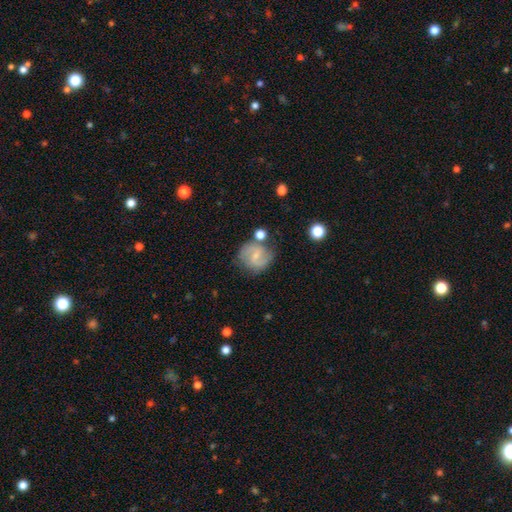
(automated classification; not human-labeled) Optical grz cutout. It shows a featured or disk galaxy (66%) with a weak bar (50%), 2 (86%) medium (50%) spiral arms (90%) and a small central bulge (71%). Merging: none (70%).